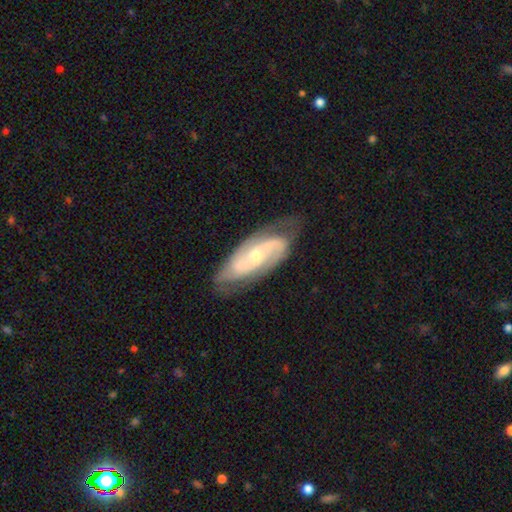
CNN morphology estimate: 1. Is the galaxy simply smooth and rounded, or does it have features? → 84% featured or disk, 11% smooth, 5% star or artifact.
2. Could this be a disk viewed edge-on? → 93% no, 7% yes.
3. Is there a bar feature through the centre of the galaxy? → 51% no, 35% weak, 14% strong.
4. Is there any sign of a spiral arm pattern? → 95% yes, 5% no.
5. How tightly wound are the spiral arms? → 47% medium, 31% tight, 22% loose.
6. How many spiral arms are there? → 77% 2, 10% can't tell, 8% 3, 2% 1, 2% 4, 2% more than 4.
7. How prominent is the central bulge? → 51% small, 46% moderate, 2% large, 1% none, 1% dominant.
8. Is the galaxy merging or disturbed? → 72% none, 20% minor disturbance, 6% major disturbance, 1% merger.